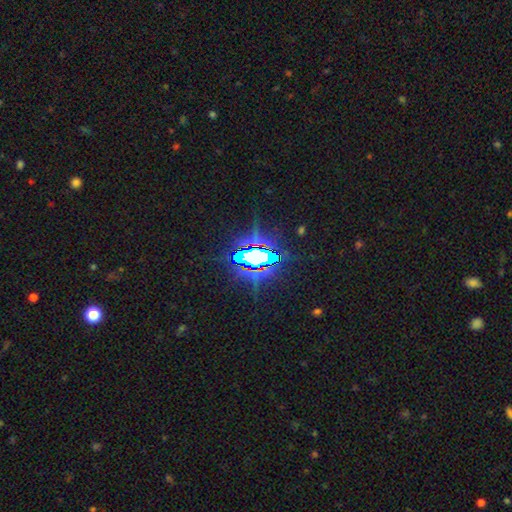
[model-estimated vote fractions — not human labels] Smooth or featured: star or artifact — 73% (smooth — 14%)